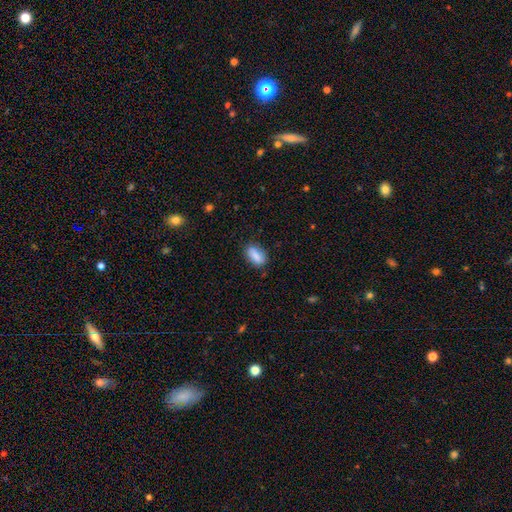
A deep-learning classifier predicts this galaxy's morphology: This appears to be a smooth galaxy with no disk features (84%) that is in between round and cigar-shaped (82%). Merging: none (79%).